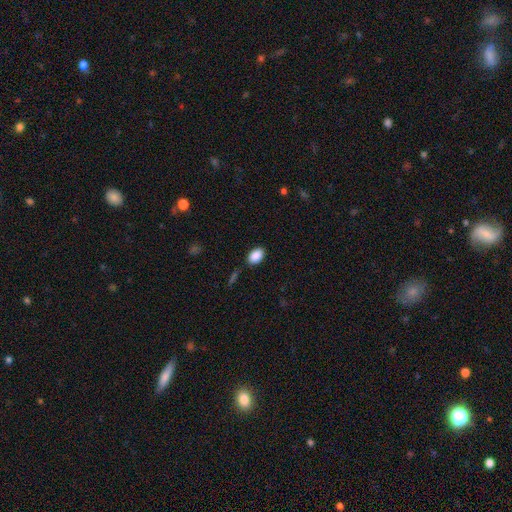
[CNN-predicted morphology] This is clearly a smooth galaxy (89%). How rounded: clearly in between (88%). Merging: clearly none (84%).